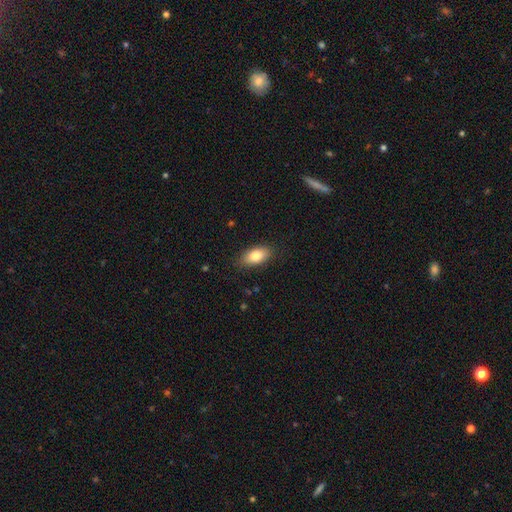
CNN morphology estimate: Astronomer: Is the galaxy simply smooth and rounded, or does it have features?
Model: smooth — 81%.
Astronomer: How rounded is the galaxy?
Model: in between — 91%.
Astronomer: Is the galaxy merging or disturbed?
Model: none — 86%.